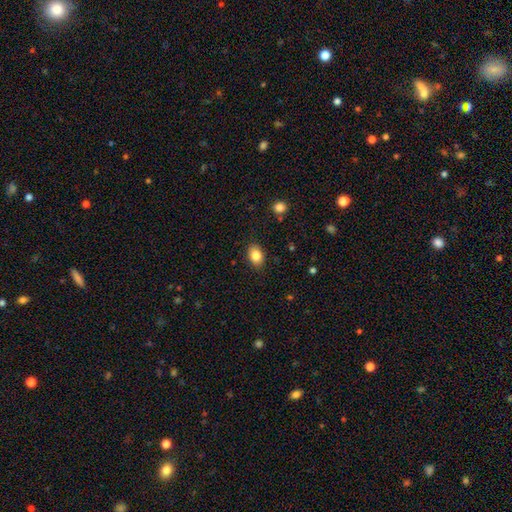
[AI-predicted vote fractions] Smooth or featured? smooth (84%)
How rounded? in between (75%)
Merging? none (87%)